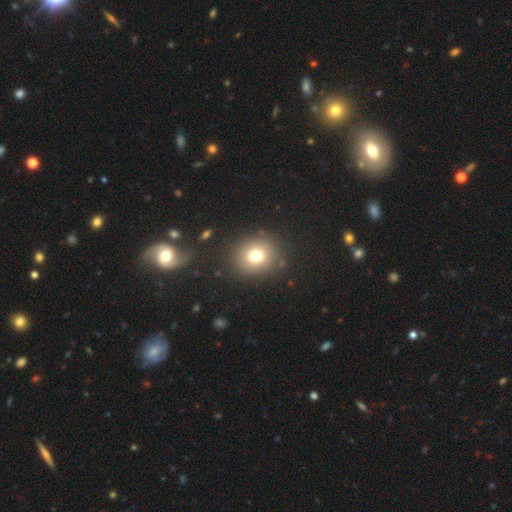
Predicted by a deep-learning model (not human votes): The model was most divided on "how rounded": round: 78%, in between: 21%, cigar-shaped: 1%. More confident: merging — none (86%); smooth or featured — smooth (74%).